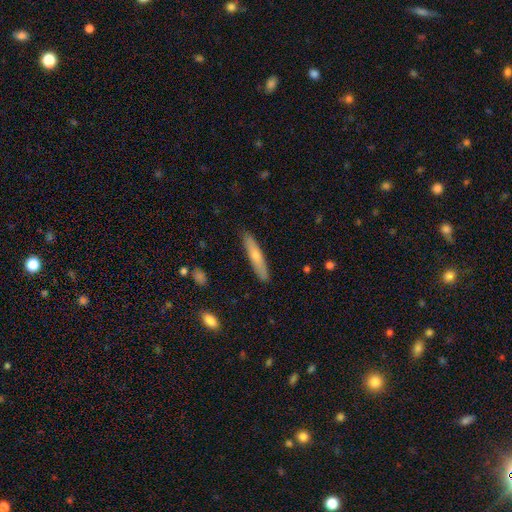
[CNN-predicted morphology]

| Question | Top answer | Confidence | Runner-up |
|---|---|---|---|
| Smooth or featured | smooth | 60% | featured or disk (34%) |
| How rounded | cigar-shaped | 90% | in between (9%) |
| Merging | none | 88% | minor disturbance (9%) |